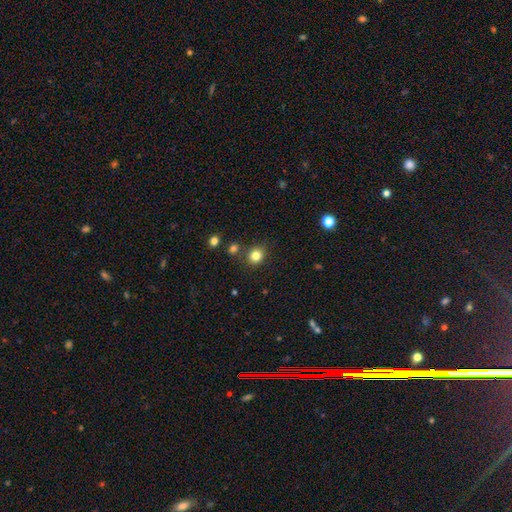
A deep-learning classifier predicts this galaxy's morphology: Smooth or featured: smooth — 83% (star or artifact — 12%)
How rounded: round — 79% (in between — 20%)
Merging: none — 80% (minor disturbance — 11%)